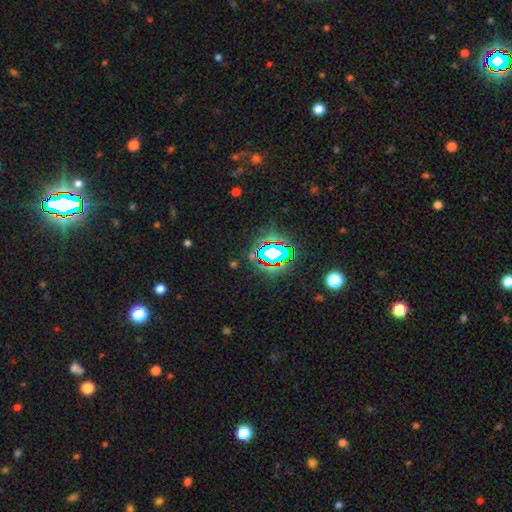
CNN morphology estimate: Smooth or featured: star or artifact — 74% (smooth — 16%)